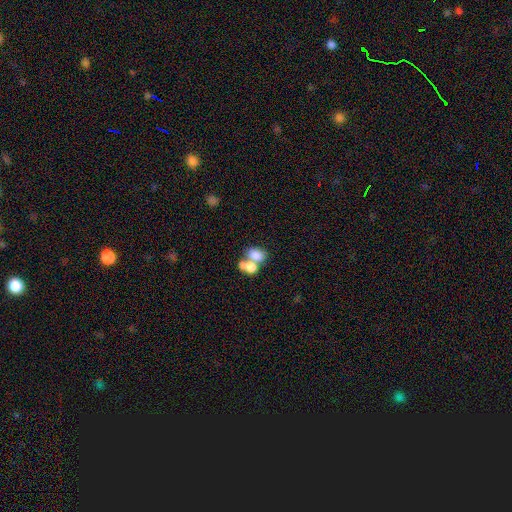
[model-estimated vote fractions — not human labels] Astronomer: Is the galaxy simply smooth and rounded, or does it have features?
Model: smooth — 74%.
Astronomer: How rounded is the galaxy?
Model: in between — 78%.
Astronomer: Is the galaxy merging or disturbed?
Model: merger — 65%.